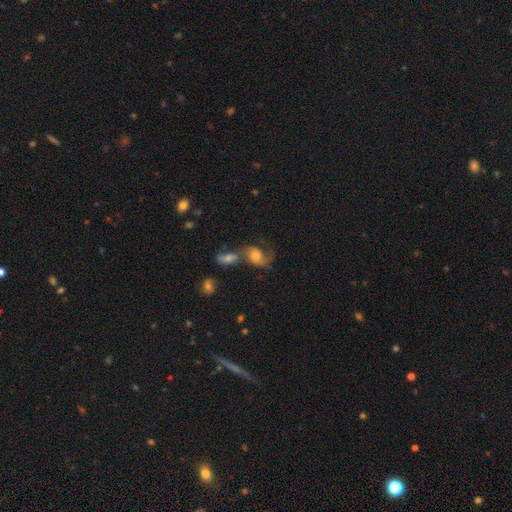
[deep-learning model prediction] This is likely a featured or disk galaxy (64%). It is clearly not viewed edge-on (97%). Bar: likely no (70%). Spiral arm pattern: clearly yes (89%). Spiral arm count: possibly 2 (60%). Spiral winding: possibly loose (48%). Central bulge: possibly moderate (57%). Merging: marginally merger (40%).